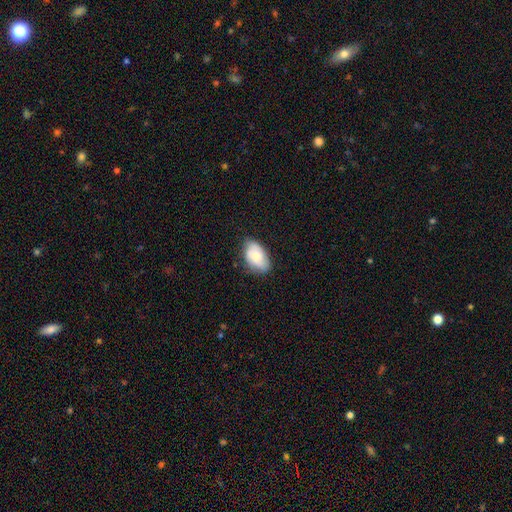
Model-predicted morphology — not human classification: Q: Smooth or featured?
A: smooth (66%); runner-up: featured or disk (27%)
Q: How rounded?
A: in between (90%); runner-up: round (8%)
Q: Merging?
A: none (73%); runner-up: minor disturbance (22%)